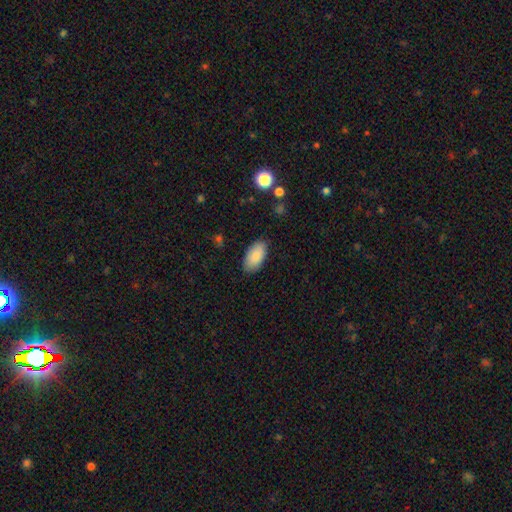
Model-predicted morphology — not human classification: A smooth galaxy with no disk features (86%) that is in between round and cigar-shaped (95%). Merging: none (85%).